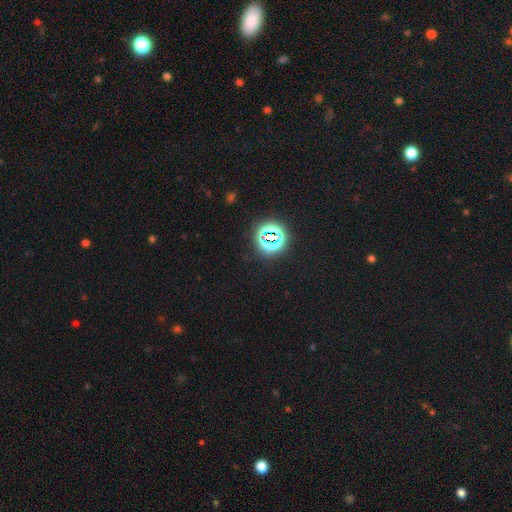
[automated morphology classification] Smooth or featured? star or artifact (79%)